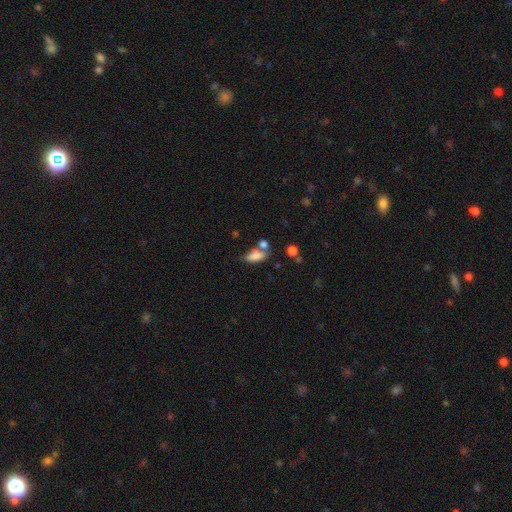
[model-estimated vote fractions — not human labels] smooth-or-featured: smooth: 78% | featured or disk: 12% | star or artifact: 9%
  how-rounded: in between: 83% | cigar-shaped: 12% | round: 5%
  merging: none: 45% | merger: 26% | minor disturbance: 20% | major disturbance: 8%